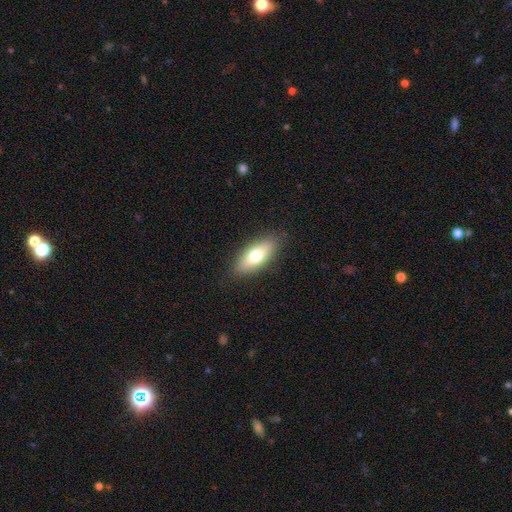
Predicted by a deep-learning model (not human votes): smooth 70%, featured or disk 23%, star or artifact 7%. Down the decision tree: how rounded — in between (75%); merging — none (88%).